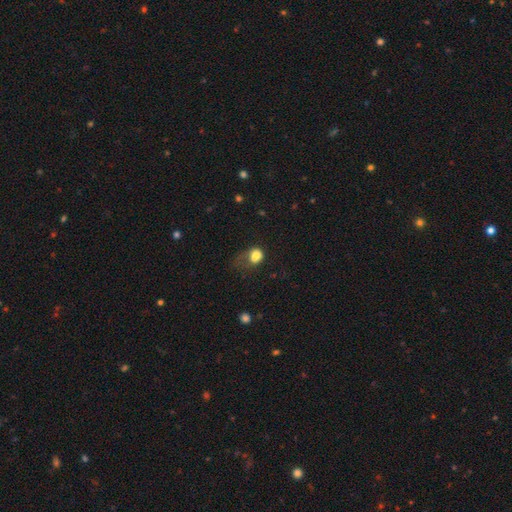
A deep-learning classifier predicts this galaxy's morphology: smooth_or_featured: smooth (p=0.77) [alt: featured or disk p=0.13]
how_rounded: in between (p=0.51) [alt: round p=0.48]
merging: major disturbance (p=0.46) [alt: minor disturbance p=0.22]